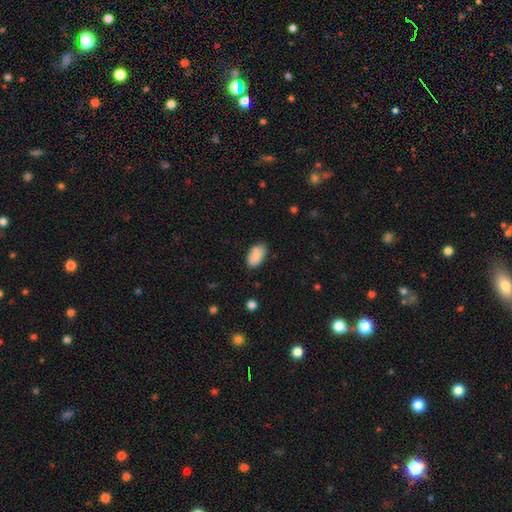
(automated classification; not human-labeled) Smooth or featured: smooth — 86% (star or artifact — 7%)
How rounded: in between — 94% (round — 4%)
Merging: none — 74% (minor disturbance — 18%)